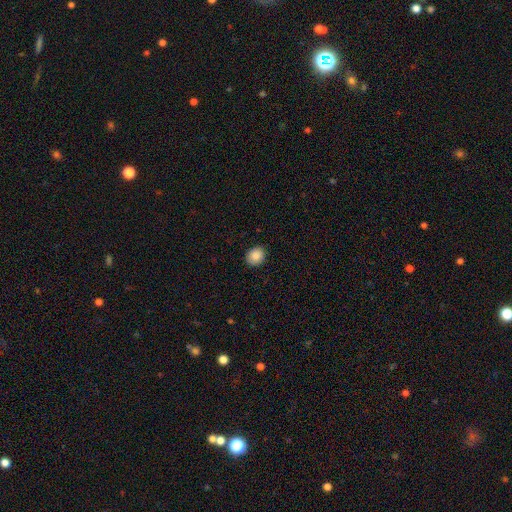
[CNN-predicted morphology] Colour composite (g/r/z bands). It shows a smooth galaxy with no disk features (88%) that is round (68%). Merging: none (90%).